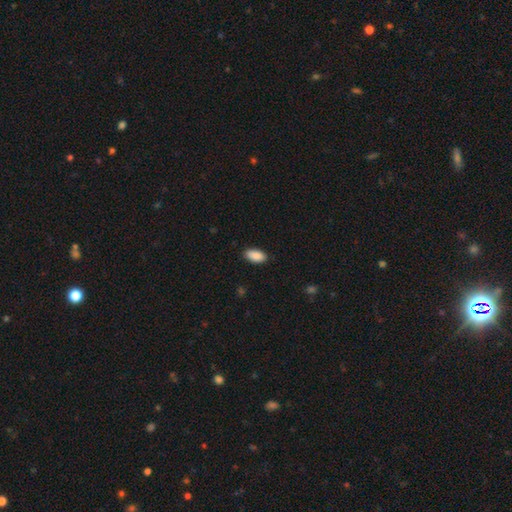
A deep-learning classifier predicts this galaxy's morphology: Smooth or featured? Predicted: smooth (p=0.89). How rounded? Predicted: in between (p=0.93). Merging? Predicted: none (p=0.87).